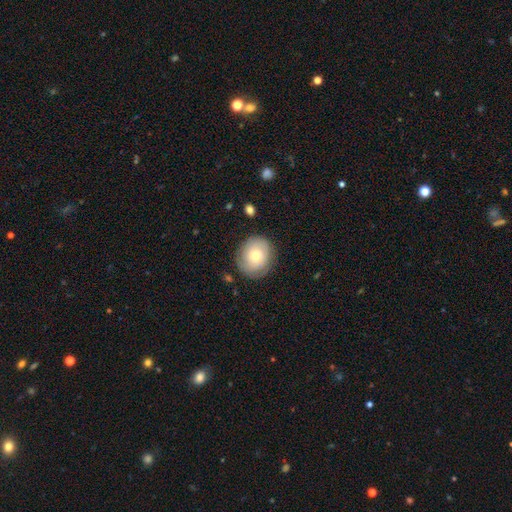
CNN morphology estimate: smooth-or-featured: smooth: 70% | featured or disk: 23% | star or artifact: 7%
  how-rounded: round: 74% | in between: 25% | cigar-shaped: 1%
  merging: none: 79% | minor disturbance: 15% | major disturbance: 4% | merger: 2%